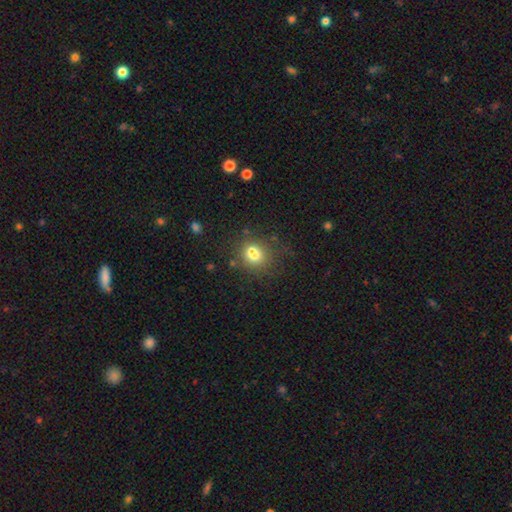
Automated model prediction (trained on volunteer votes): Q: Smooth or featured?
A: smooth (72%); runner-up: star or artifact (15%)
Q: How rounded?
A: round (67%); runner-up: in between (32%)
Q: Merging?
A: none (59%); runner-up: merger (22%)